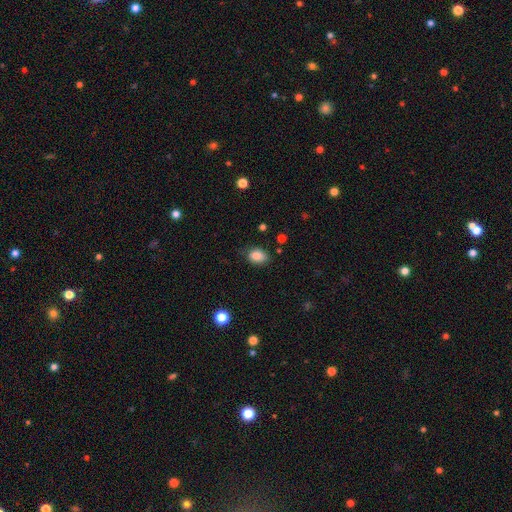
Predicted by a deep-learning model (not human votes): Smooth or featured?
  - smooth: 83% *
  - star or artifact: 10%
  - featured or disk: 7%
How rounded?
  - in between: 72% *
  - round: 27%
  - cigar-shaped: 1%
Merging?
  - none: 76% *
  - minor disturbance: 19%
  - major disturbance: 4%
  - merger: 2%